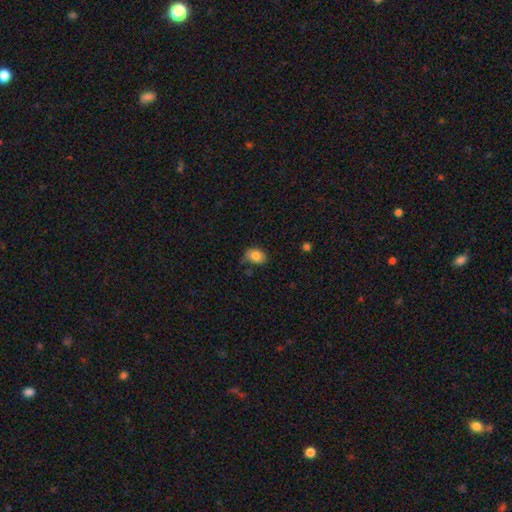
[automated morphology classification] Smooth or featured? Predicted: smooth (p=0.83). How rounded? Predicted: in between (p=0.77). Merging? Predicted: none (p=0.71).